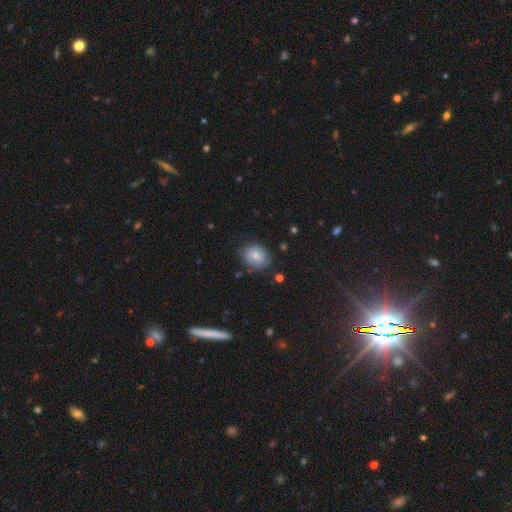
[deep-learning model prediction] smooth 77%, featured or disk 15%, star or artifact 9%. Down the decision tree: how rounded — in between (61%); merging — none (76%).